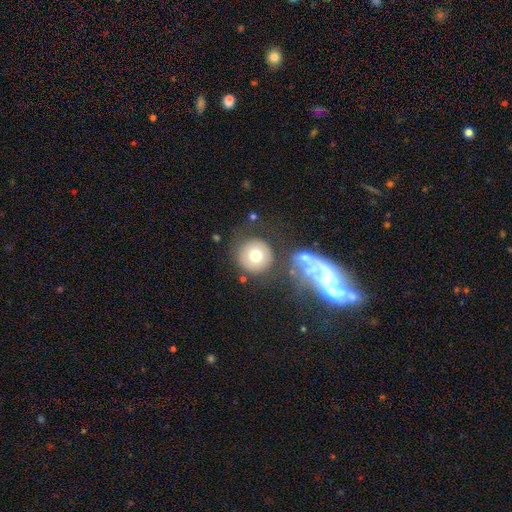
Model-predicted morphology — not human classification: smooth 72%, featured or disk 20%, star or artifact 9%. Down the decision tree: how rounded — round (94%); merging — none (71%).